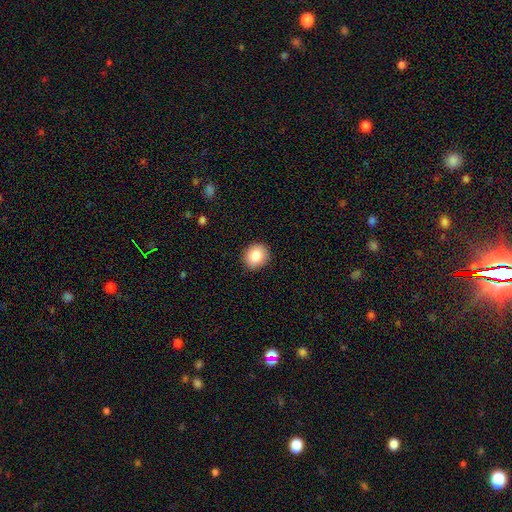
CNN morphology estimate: Q: Smooth or featured?
A: smooth (85%); runner-up: star or artifact (8%)
Q: How rounded?
A: round (78%); runner-up: in between (21%)
Q: Merging?
A: none (90%); runner-up: minor disturbance (7%)